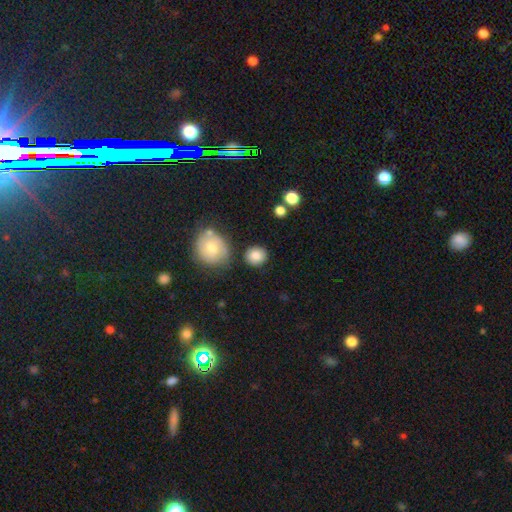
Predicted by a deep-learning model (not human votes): Smooth or featured? smooth (85%)
How rounded? round (86%)
Merging? none (83%)